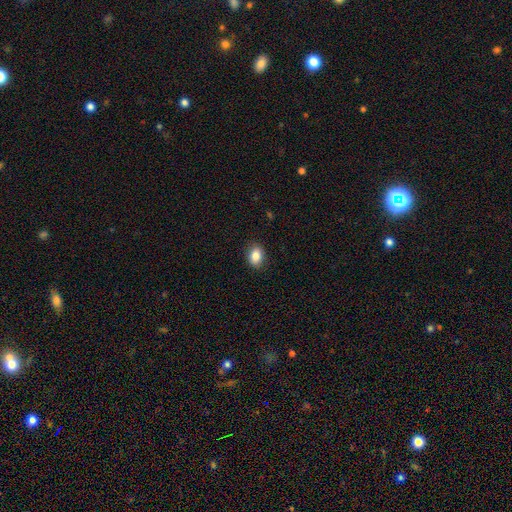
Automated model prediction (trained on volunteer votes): A smooth galaxy with no disk features (85%) that is in between round and cigar-shaped (75%).

Vote fractions:
- Smooth or featured? smooth: 85% / star or artifact: 8% / featured or disk: 7%
- How rounded? in between: 75% / round: 24% / cigar-shaped: 1%
- Merging? none: 88% / minor disturbance: 9% / major disturbance: 2% / merger: 1%